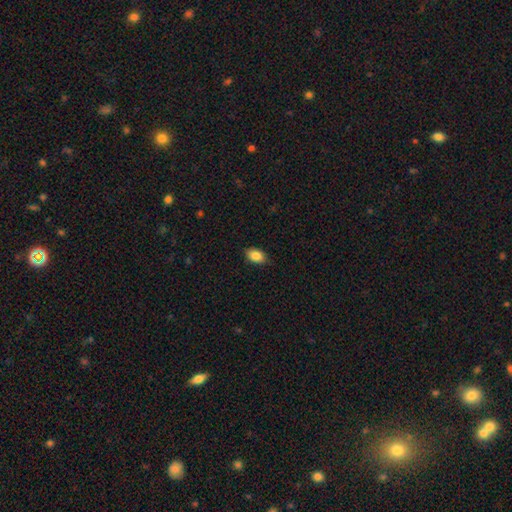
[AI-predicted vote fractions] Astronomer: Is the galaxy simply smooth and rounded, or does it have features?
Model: smooth — 87%.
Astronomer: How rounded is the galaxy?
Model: in between — 87%.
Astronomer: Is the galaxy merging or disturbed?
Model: none — 85%.